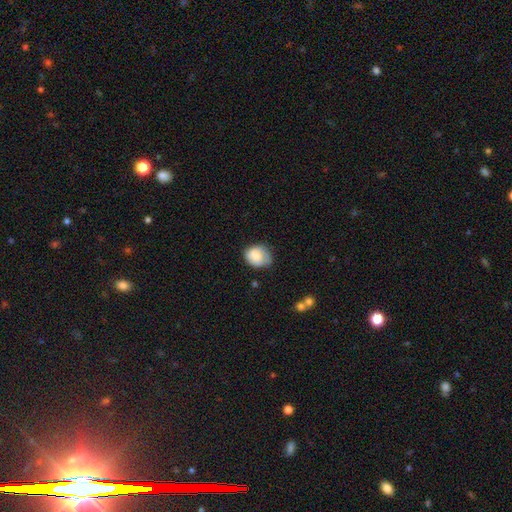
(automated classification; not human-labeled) A smooth galaxy with no disk features (77%) that is round (57%).

Vote fractions:
- Smooth or featured? smooth: 77% / featured or disk: 15% / star or artifact: 8%
- How rounded? round: 57% / in between: 42% / cigar-shaped: 1%
- Merging? none: 52% / minor disturbance: 36% / major disturbance: 9% / merger: 3%